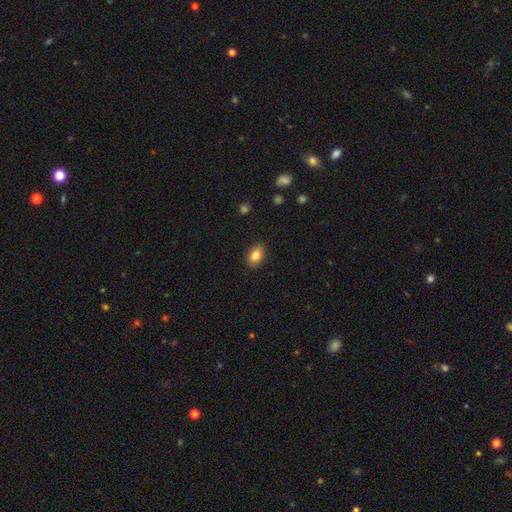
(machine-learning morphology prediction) Smooth or featured: smooth — 82% (featured or disk — 10%)
How rounded: in between — 83% (round — 16%)
Merging: none — 88% (minor disturbance — 9%)